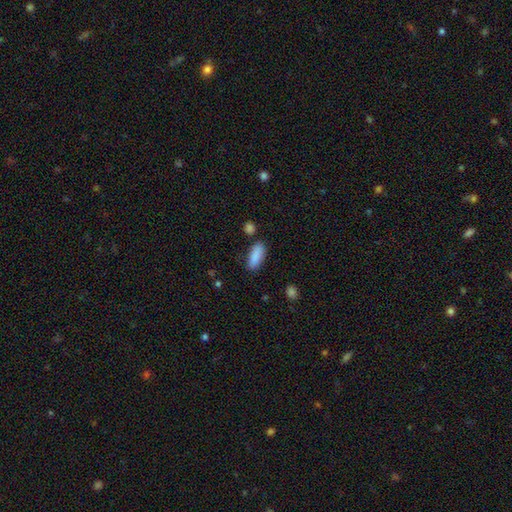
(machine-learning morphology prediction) The model was most divided on "how rounded": in between: 74%, cigar-shaped: 24%, round: 2%. More confident: smooth or featured — smooth (89%); merging — none (81%).